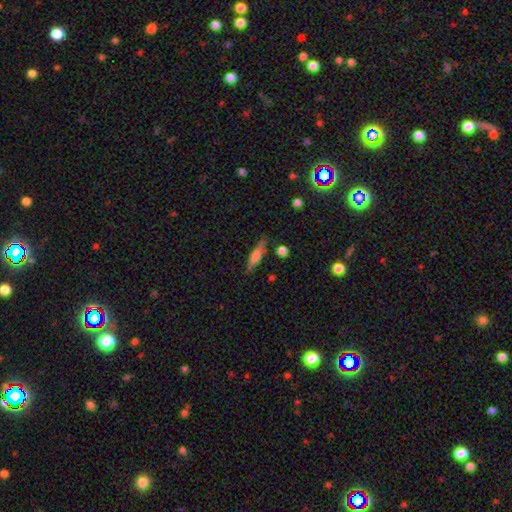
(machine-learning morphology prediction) smooth 61%, featured or disk 32%, star or artifact 8%. Down the decision tree: how rounded — cigar-shaped (76%); merging — none (76%).